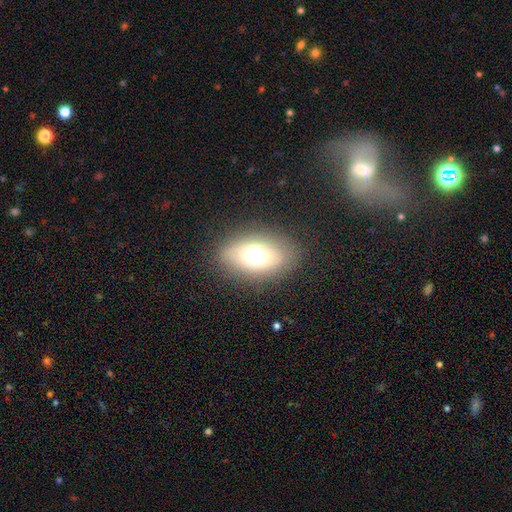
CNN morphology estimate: A smooth galaxy with no disk features (62%) that is in between round and cigar-shaped (76%).

Vote fractions:
- Smooth or featured? smooth: 62% / featured or disk: 21% / star or artifact: 16%
- How rounded? in between: 76% / round: 21% / cigar-shaped: 3%
- Merging? none: 83% / minor disturbance: 10% / major disturbance: 5% / merger: 1%